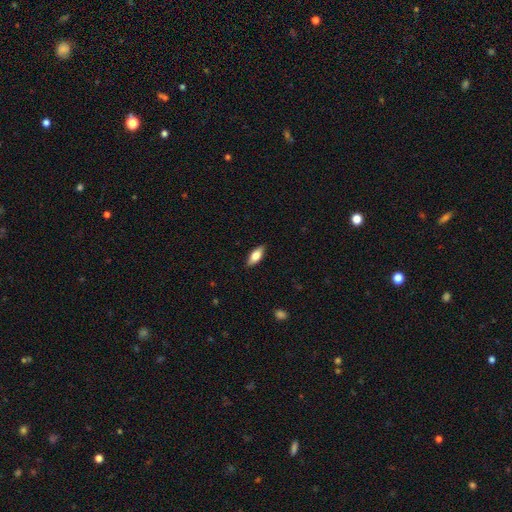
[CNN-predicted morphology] A smooth galaxy with no disk features (76%) that is in between round and cigar-shaped (81%).

Vote fractions:
- Smooth or featured? smooth: 76% / featured or disk: 18% / star or artifact: 6%
- How rounded? in between: 81% / cigar-shaped: 17% / round: 2%
- Merging? none: 87% / minor disturbance: 10% / major disturbance: 2% / merger: 1%